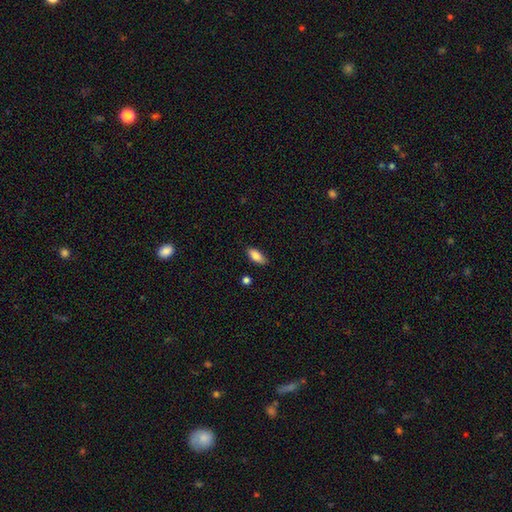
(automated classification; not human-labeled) Smooth or featured? Predicted: smooth (p=0.82). How rounded? Predicted: in between (p=0.84). Merging? Predicted: none (p=0.83).